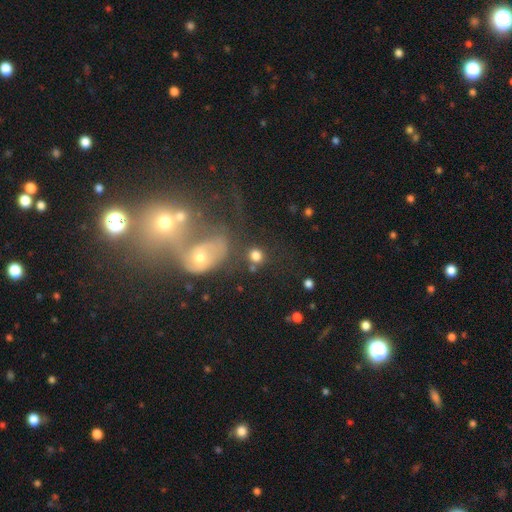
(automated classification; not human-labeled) Smooth or featured? smooth (77%)
How rounded? round (83%)
Merging? none (64%)